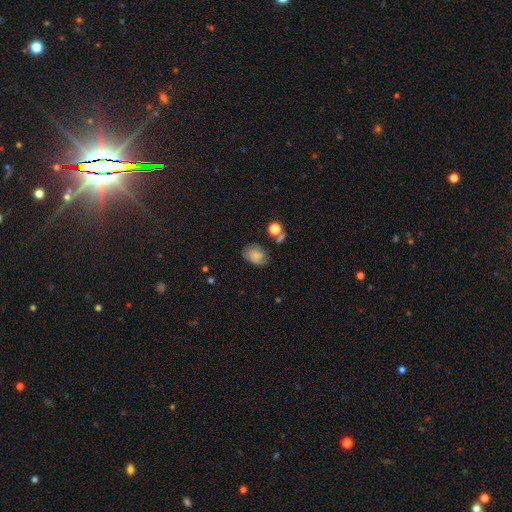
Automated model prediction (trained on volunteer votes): Smooth or featured?
  - smooth: 68% *
  - featured or disk: 21%
  - star or artifact: 11%
How rounded?
  - in between: 68% *
  - round: 30%
  - cigar-shaped: 1%
Merging?
  - none: 64% *
  - minor disturbance: 24%
  - major disturbance: 8%
  - merger: 5%